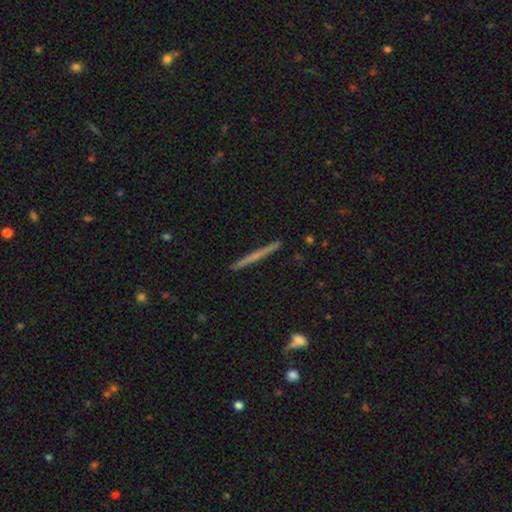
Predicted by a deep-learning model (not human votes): Q: Smooth or featured?
A: featured or disk (51%); runner-up: smooth (43%)
Q: Edge-on disk?
A: yes (98%); runner-up: no (2%)
Q: Merging?
A: none (92%); runner-up: minor disturbance (5%)